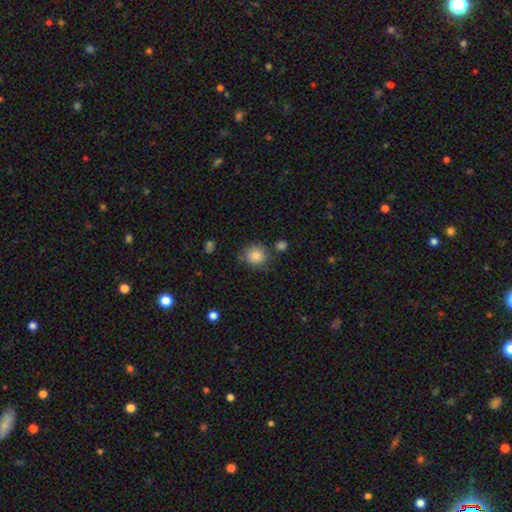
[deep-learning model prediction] Smooth or featured? smooth (86%)
How rounded? round (86%)
Merging? none (75%)